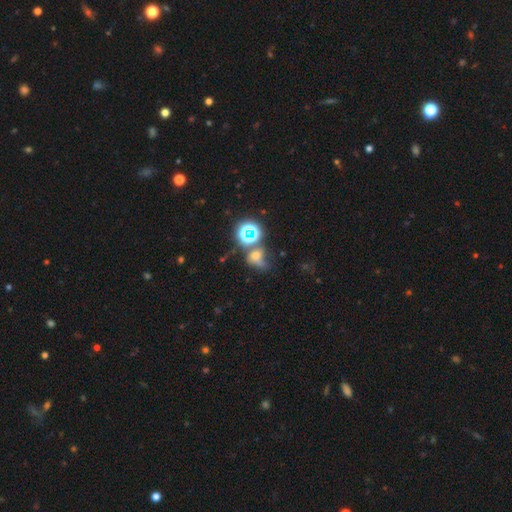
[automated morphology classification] Overall: smooth (43%; star or artifact 32%). Merging: none (33%; major disturbance 25%).